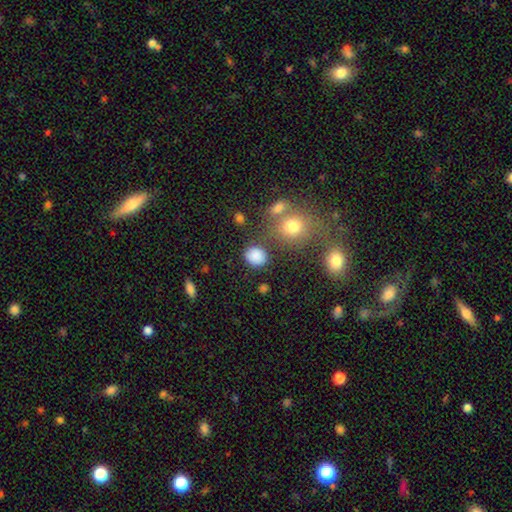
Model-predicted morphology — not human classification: smooth 84%, star or artifact 11%, featured or disk 5%. Down the decision tree: how rounded — round (64%); merging — none (74%).